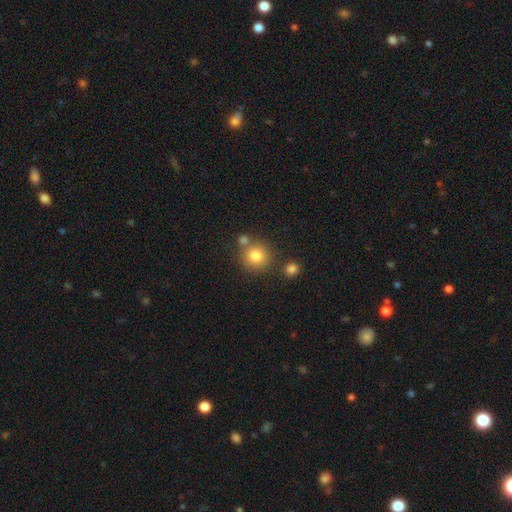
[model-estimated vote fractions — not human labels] smooth 81%, star or artifact 11%, featured or disk 8%. Down the decision tree: how rounded — round (92%); merging — none (71%).